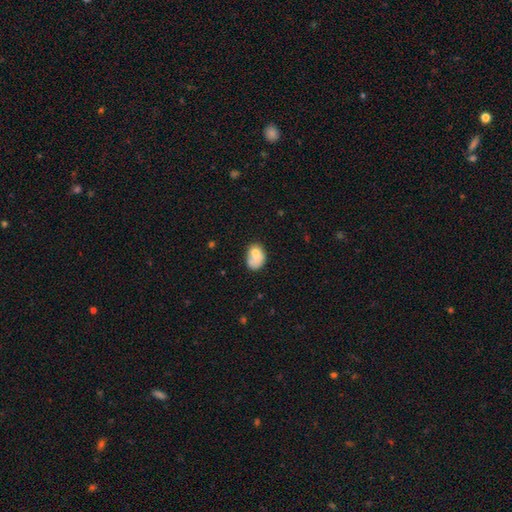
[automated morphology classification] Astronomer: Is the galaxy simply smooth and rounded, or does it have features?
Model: smooth — 72%.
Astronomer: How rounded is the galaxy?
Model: in between — 71%.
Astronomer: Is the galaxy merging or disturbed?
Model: none — 39% (runner-up: merger, 27%).